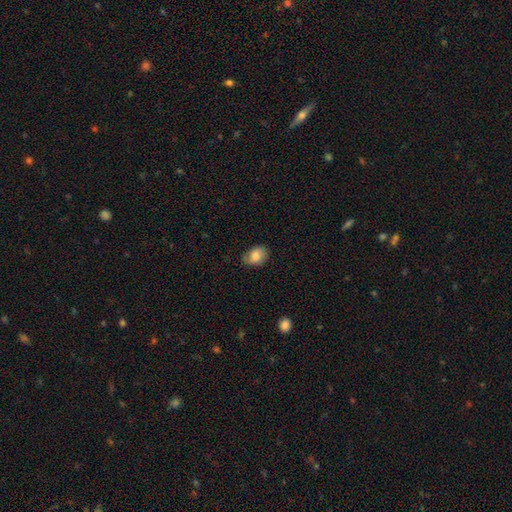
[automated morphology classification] The model was most divided on "merging": none: 70%, minor disturbance: 24%, major disturbance: 5%, merger: 1%. More confident: smooth or featured — smooth (78%); how rounded — in between (76%).